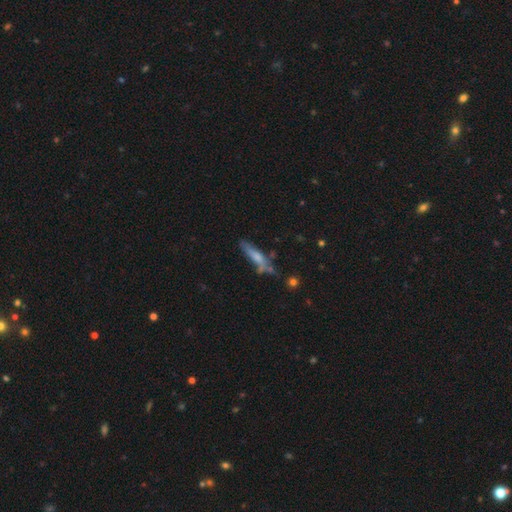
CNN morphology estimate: Smooth or featured: featured or disk — 46% (smooth — 44%)
Merging: none — 58% (minor disturbance — 23%)